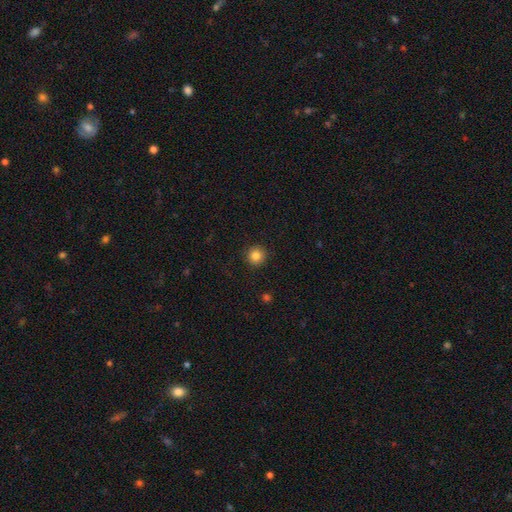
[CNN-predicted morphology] Smooth or featured: smooth — 84% (star or artifact — 11%)
How rounded: round — 95% (in between — 5%)
Merging: none — 92% (minor disturbance — 5%)